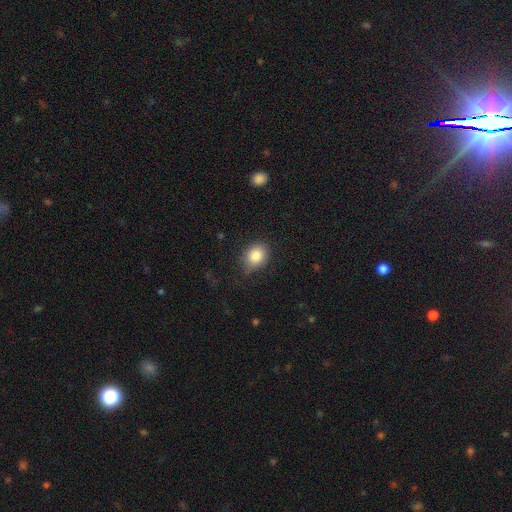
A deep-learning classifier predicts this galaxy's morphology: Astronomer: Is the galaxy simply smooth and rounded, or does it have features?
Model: smooth — 84%.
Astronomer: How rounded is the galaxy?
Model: round — 57% (runner-up: in between, 42%).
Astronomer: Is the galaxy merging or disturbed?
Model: none — 70%.